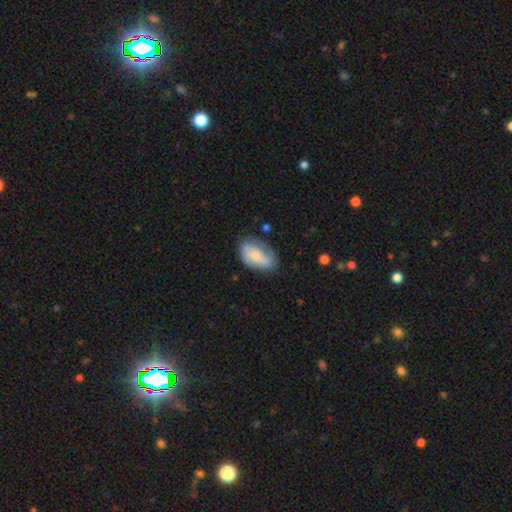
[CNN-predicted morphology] The model was most divided on "merging": none: 57%, minor disturbance: 29%, major disturbance: 11%, merger: 3%. More confident: how rounded — in between (90%); smooth or featured — smooth (63%).